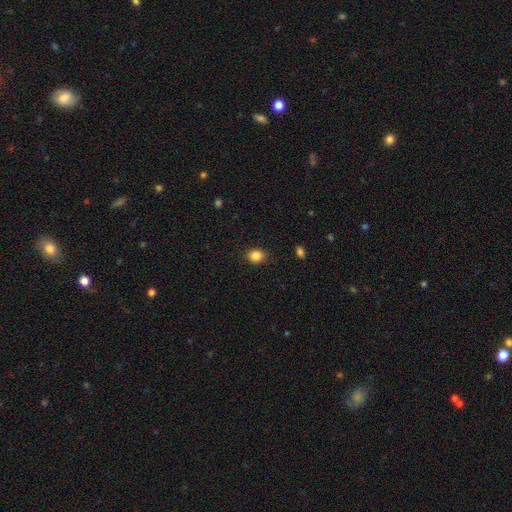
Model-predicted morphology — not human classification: Smooth or featured? Predicted: smooth (p=0.85). How rounded? Predicted: round (p=0.54). Merging? Predicted: none (p=0.88).